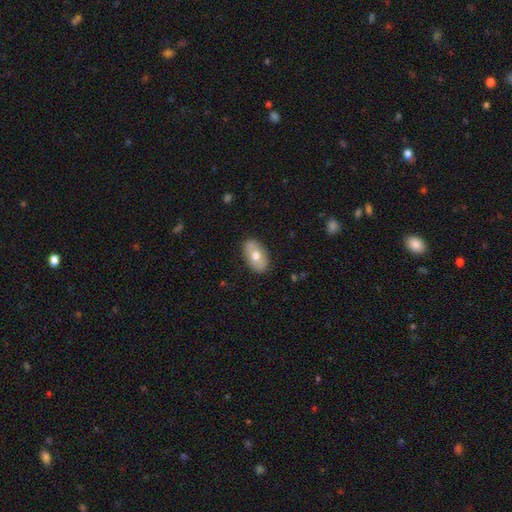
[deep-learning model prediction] A smooth galaxy with no disk features (64%) that is in between round and cigar-shaped (91%). Merging: none (83%).